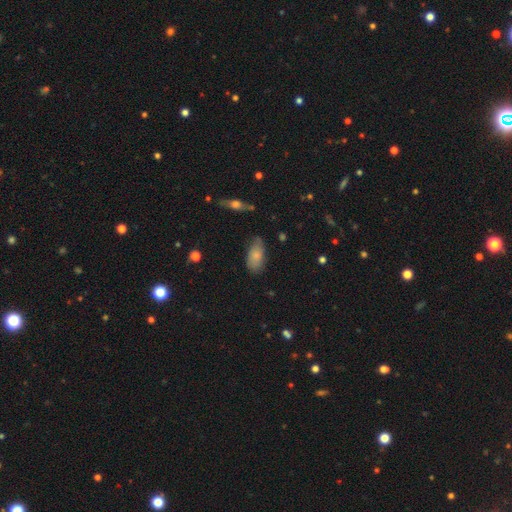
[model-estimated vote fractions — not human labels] smooth_or_featured: smooth (p=0.77) [alt: featured or disk p=0.16]
how_rounded: in between (p=0.91) [alt: cigar-shaped p=0.07]
merging: none (p=0.69) [alt: minor disturbance p=0.24]